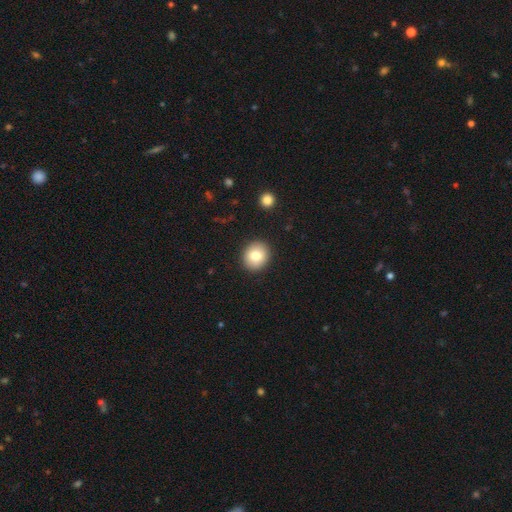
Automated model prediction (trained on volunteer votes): smooth_or_featured: smooth (p=0.78) [alt: featured or disk p=0.13]
how_rounded: round (p=0.76) [alt: in between p=0.23]
merging: none (p=0.90) [alt: minor disturbance p=0.06]